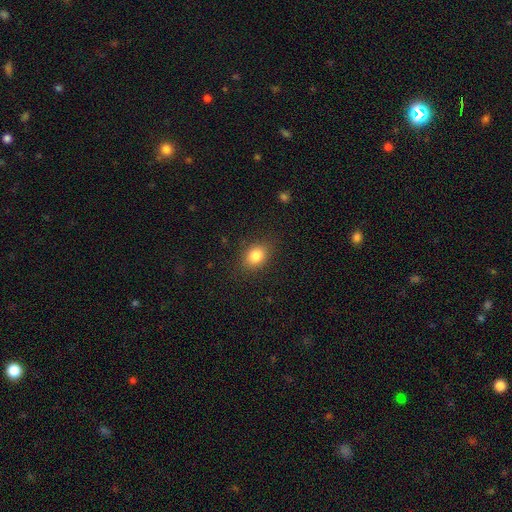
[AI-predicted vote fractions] Smooth or featured?
  - smooth: 83% *
  - star or artifact: 10%
  - featured or disk: 7%
How rounded?
  - in between: 62% *
  - round: 37%
  - cigar-shaped: 1%
Merging?
  - none: 85% *
  - minor disturbance: 10%
  - major disturbance: 3%
  - merger: 1%